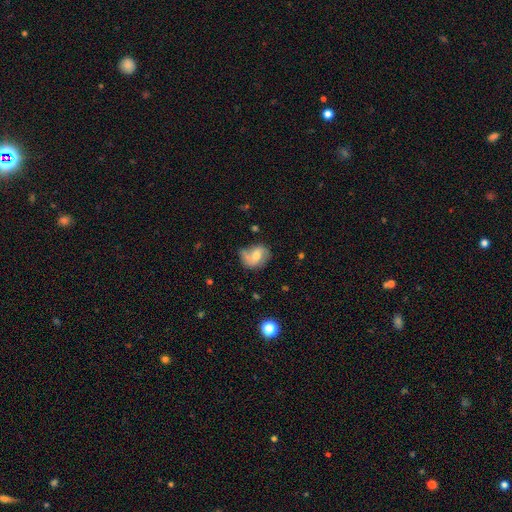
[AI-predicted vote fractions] Smooth or featured?
  - featured or disk: 58% *
  - smooth: 33%
  - star or artifact: 9%
Edge-on disk?
  - no: 97% *
  - yes: 3%
Bar?
  - no: 46% *
  - weak: 42%
  - strong: 12%
Spiral arms?
  - yes: 83% *
  - no: 17%
Bulge size?
  - moderate: 60% *
  - small: 28%
  - large: 6%
  - none: 4%
  - dominant: 1%
Merging?
  - none: 54% *
  - minor disturbance: 27%
  - major disturbance: 13%
  - merger: 5%